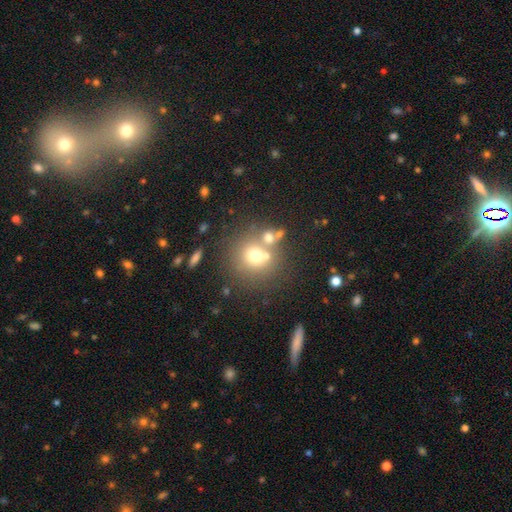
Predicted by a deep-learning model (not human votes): Smooth or featured: smooth — 66% (featured or disk — 18%)
How rounded: round — 88% (in between — 11%)
Merging: none — 56% (merger — 29%)